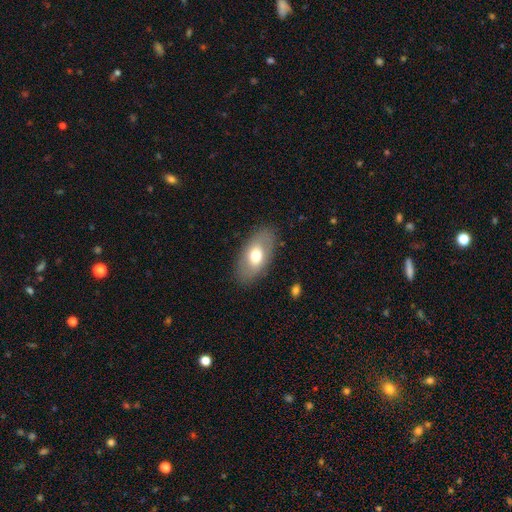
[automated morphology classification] This is likely a smooth galaxy (63%). How rounded: clearly in between (92%). Merging: clearly none (84%).